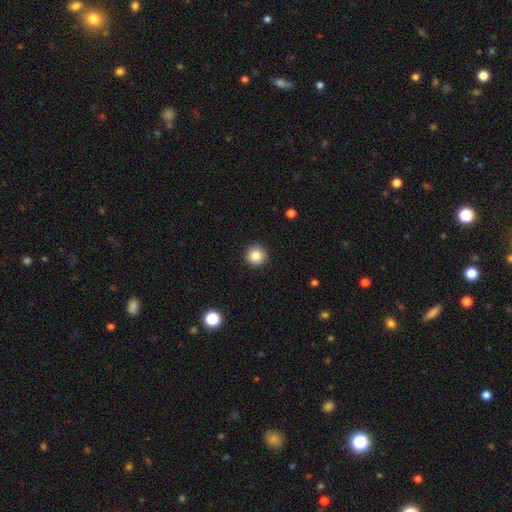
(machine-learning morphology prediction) Smooth or featured?
  - smooth: 85% *
  - star or artifact: 10%
  - featured or disk: 5%
How rounded?
  - round: 95% *
  - in between: 4%
  - cigar-shaped: 1%
Merging?
  - none: 91% *
  - minor disturbance: 6%
  - major disturbance: 2%
  - merger: 1%